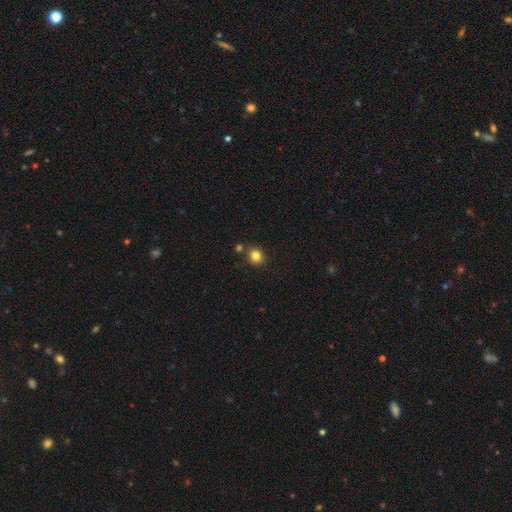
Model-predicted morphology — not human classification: This is clearly a smooth galaxy (82%). How rounded: clearly round (85%). Merging: clearly none (80%).